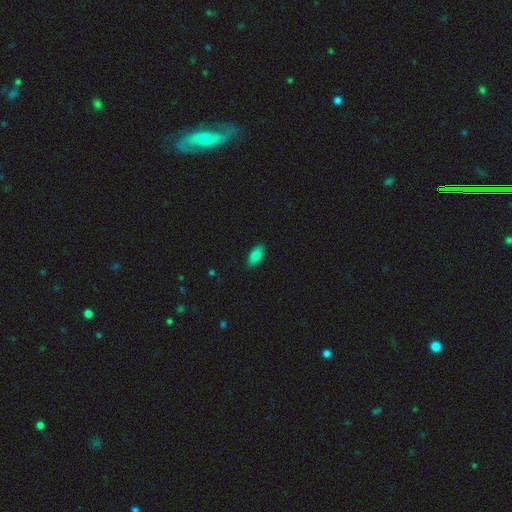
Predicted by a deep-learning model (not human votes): Morphology: type=smooth (85%); roundness=in between (91%); merging=none (87%).